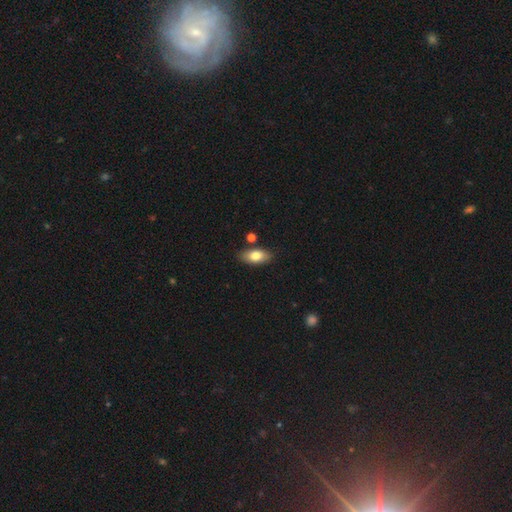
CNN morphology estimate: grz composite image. It shows a smooth galaxy with no disk features (78%) that is in between round and cigar-shaped (89%). Merging: none (81%).